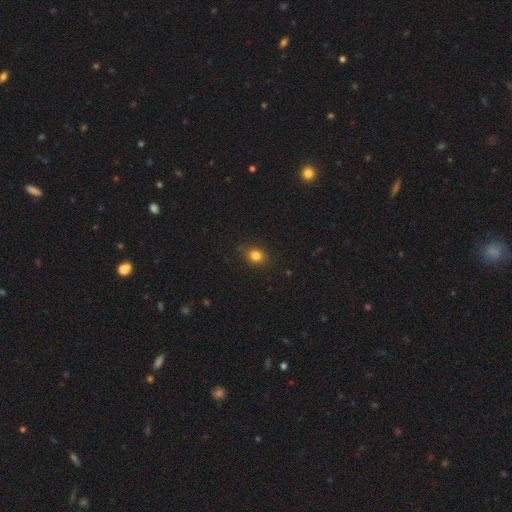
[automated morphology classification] Q: Smooth or featured?
A: smooth (82%); runner-up: star or artifact (12%)
Q: How rounded?
A: round (61%); runner-up: in between (38%)
Q: Merging?
A: none (84%); runner-up: minor disturbance (12%)